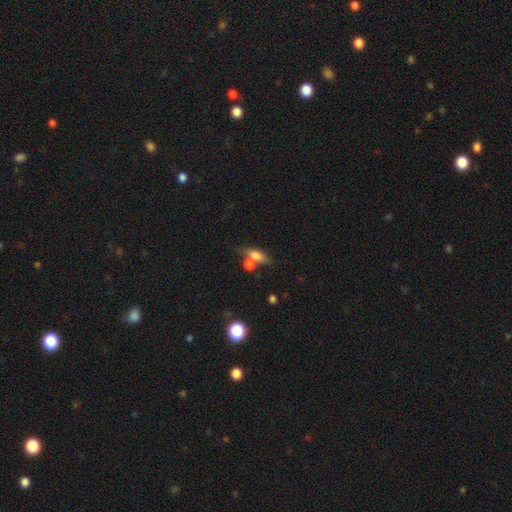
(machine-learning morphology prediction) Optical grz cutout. It shows a smooth galaxy with no disk features (70%) that is in between round and cigar-shaped (59%). Merging: none (52%).